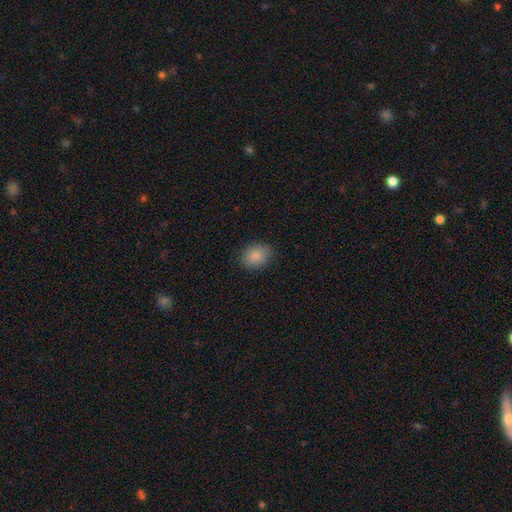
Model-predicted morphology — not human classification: This appears to be a smooth galaxy with no disk features (87%) that is in between round and cigar-shaped (62%). Merging: none (86%).